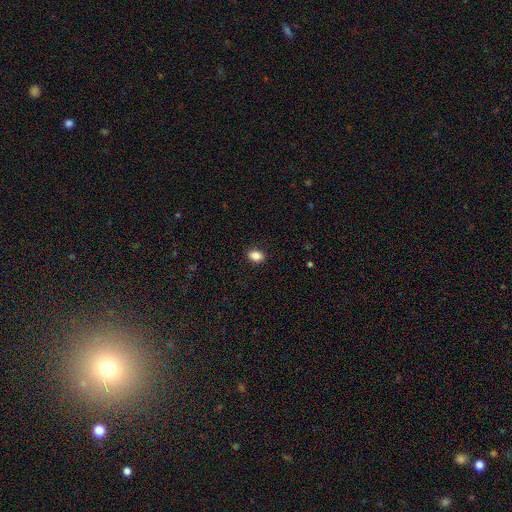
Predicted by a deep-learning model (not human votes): Smooth or featured? smooth (87%)
How rounded? in between (73%)
Merging? none (90%)